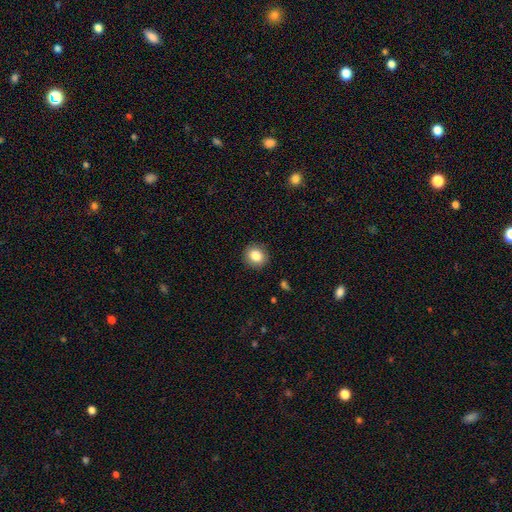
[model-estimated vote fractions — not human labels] Q: Smooth or featured?
A: smooth (84%); runner-up: star or artifact (9%)
Q: How rounded?
A: round (83%); runner-up: in between (16%)
Q: Merging?
A: none (89%); runner-up: minor disturbance (7%)